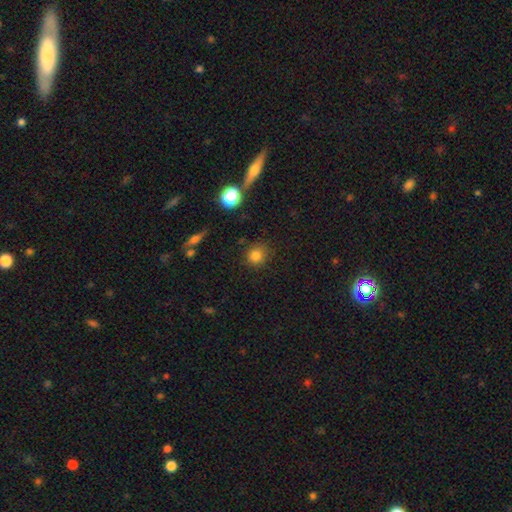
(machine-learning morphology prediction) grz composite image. It shows a smooth galaxy with no disk features (80%) that is round (87%). Merging: none (82%).